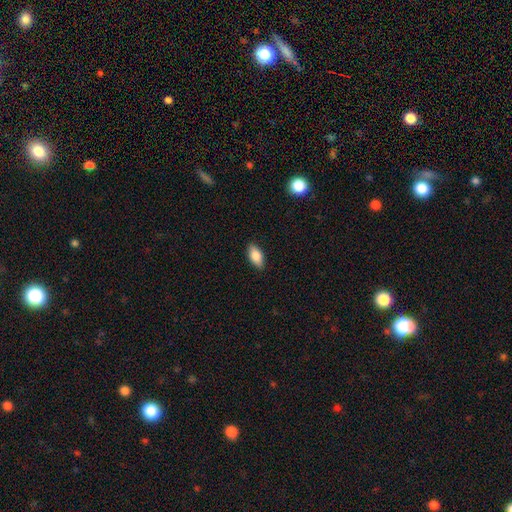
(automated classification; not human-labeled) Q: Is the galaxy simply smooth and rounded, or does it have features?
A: smooth — 83%.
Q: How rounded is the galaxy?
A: in between — 91%.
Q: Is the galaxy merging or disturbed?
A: none — 88%.